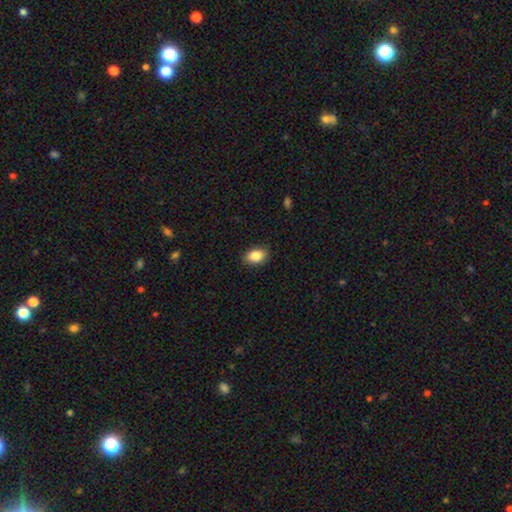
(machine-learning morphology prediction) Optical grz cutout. It shows a smooth galaxy with no disk features (86%) that is in between round and cigar-shaped (86%). Merging: none (87%).